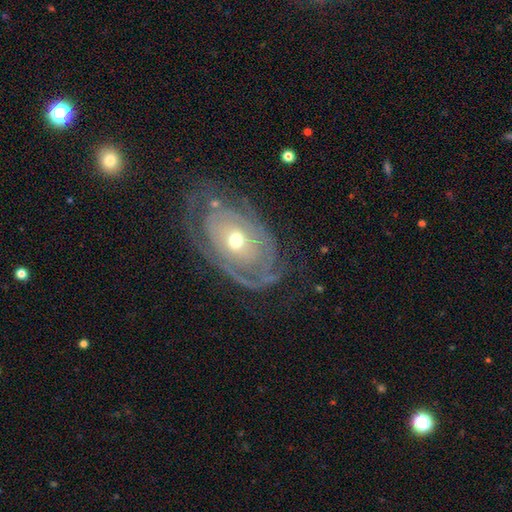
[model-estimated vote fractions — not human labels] Q: Smooth or featured?
A: featured or disk (80%); runner-up: smooth (13%)
Q: Edge-on disk?
A: no (94%); runner-up: yes (6%)
Q: Bar?
A: no (82%); runner-up: weak (13%)
Q: Spiral arms?
A: yes (76%); runner-up: no (24%)
Q: Spiral winding?
A: tight (73%); runner-up: medium (19%)
Q: Spiral arm count?
A: can't tell (48%); runner-up: 2 (22%)
Q: Bulge size?
A: moderate (57%); runner-up: small (38%)
Q: Merging?
A: none (68%); runner-up: minor disturbance (19%)